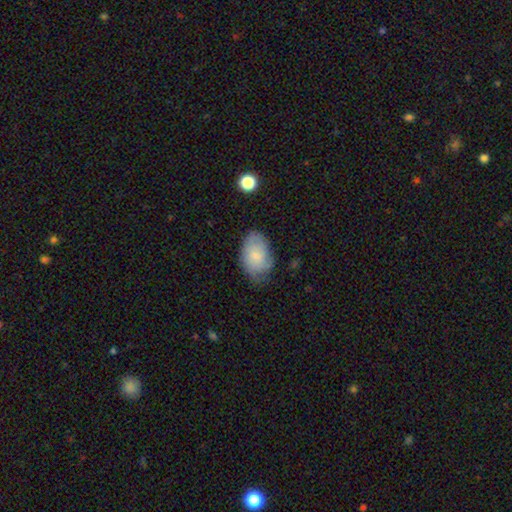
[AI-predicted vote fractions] Q: Smooth or featured?
A: smooth (68%); runner-up: featured or disk (25%)
Q: How rounded?
A: in between (88%); runner-up: round (10%)
Q: Merging?
A: none (60%); runner-up: minor disturbance (30%)